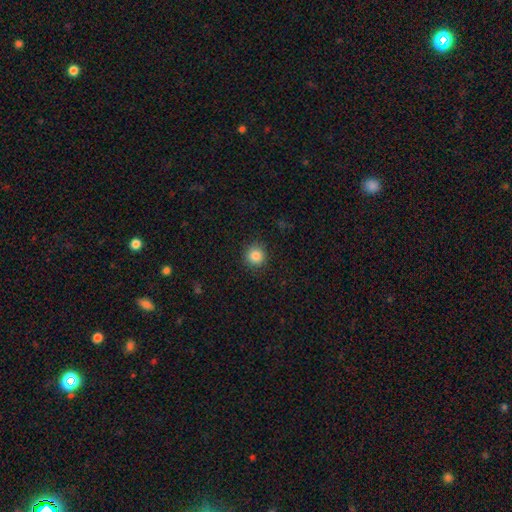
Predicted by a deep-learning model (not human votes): Smooth or featured? Predicted: smooth (p=0.85). How rounded? Predicted: round (p=0.92). Merging? Predicted: none (p=0.90).